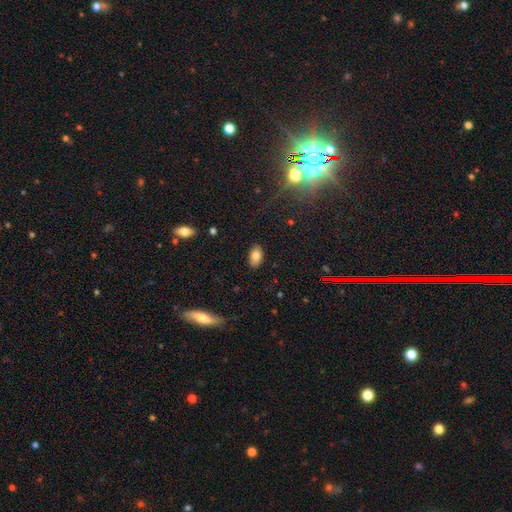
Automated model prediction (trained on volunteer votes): Smooth or featured? smooth (80%)
How rounded? in between (92%)
Merging? none (86%)